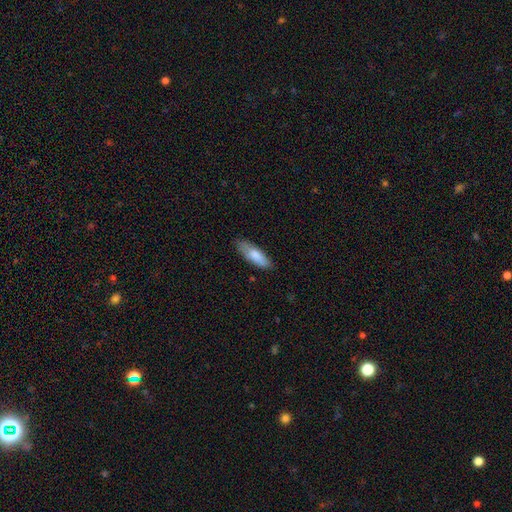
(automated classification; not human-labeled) smooth_or_featured: smooth (p=0.79) [alt: featured or disk p=0.16]
how_rounded: in between (p=0.58) [alt: cigar-shaped p=0.40]
merging: none (p=0.73) [alt: minor disturbance p=0.21]